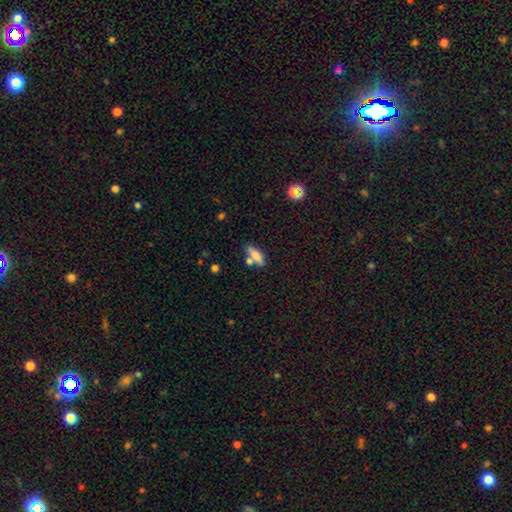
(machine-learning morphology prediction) type=smooth (73%); roundness=in between (53%); merging=none (58%).